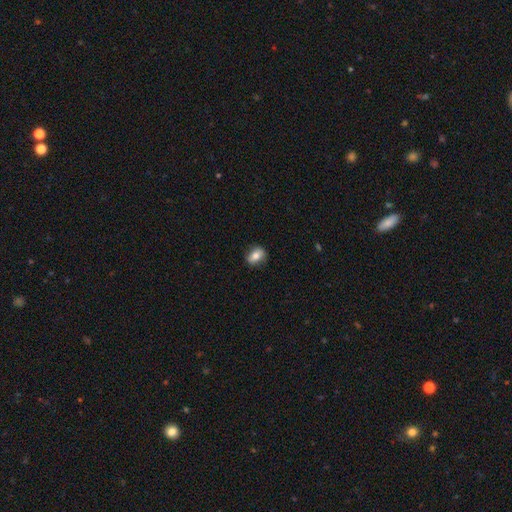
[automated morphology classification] Smooth or featured?
  - smooth: 74% *
  - featured or disk: 18%
  - star or artifact: 9%
How rounded?
  - in between: 63% *
  - round: 35%
  - cigar-shaped: 2%
Merging?
  - none: 83% *
  - minor disturbance: 14%
  - major disturbance: 3%
  - merger: 1%